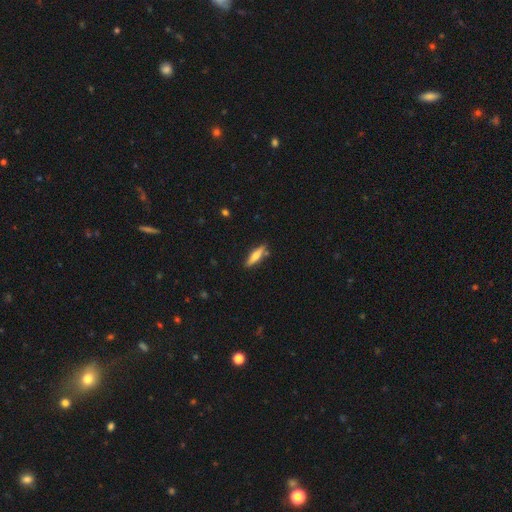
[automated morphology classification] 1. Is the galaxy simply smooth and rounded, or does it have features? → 60% smooth, 33% featured or disk, 6% star or artifact.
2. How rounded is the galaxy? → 74% cigar-shaped, 24% in between, 2% round.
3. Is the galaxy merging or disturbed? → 81% none, 12% minor disturbance, 4% merger, 2% major disturbance.